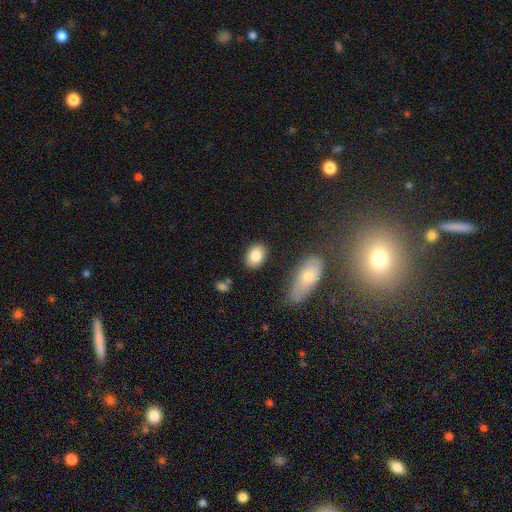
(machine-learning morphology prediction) type=smooth (84%); roundness=in between (77%); merging=none (83%).